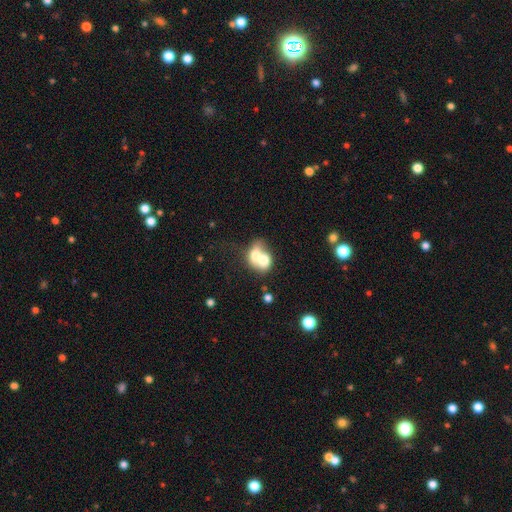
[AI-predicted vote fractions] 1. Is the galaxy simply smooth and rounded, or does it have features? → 65% smooth, 26% featured or disk, 8% star or artifact.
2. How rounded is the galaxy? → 53% in between, 46% round, 1% cigar-shaped.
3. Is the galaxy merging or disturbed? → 79% merger, 12% none, 5% minor disturbance, 4% major disturbance.